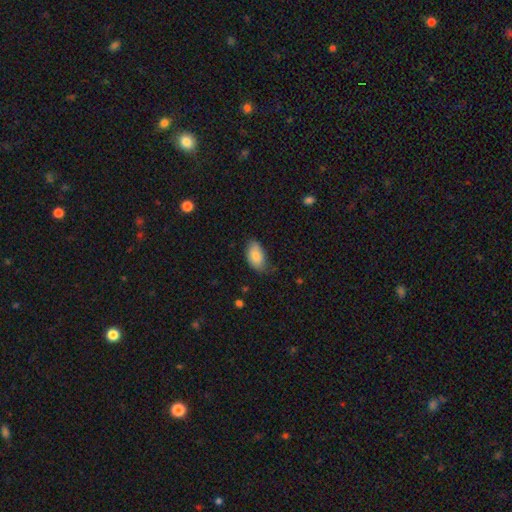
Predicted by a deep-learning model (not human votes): Smooth or featured? Predicted: smooth (p=0.82). How rounded? Predicted: in between (p=0.93). Merging? Predicted: none (p=0.59).